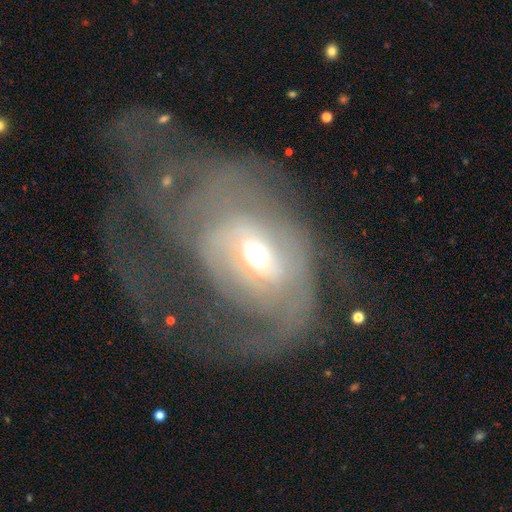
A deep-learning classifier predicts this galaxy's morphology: Smooth or featured? Predicted: featured or disk (p=0.79). Edge-on disk? Predicted: no (p=0.95). Bar? Predicted: no (p=0.44). Spiral arms? Predicted: yes (p=0.80). Spiral winding? Predicted: tight (p=0.41). Spiral arm count? Predicted: 2 (p=0.49). Bulge size? Predicted: moderate (p=0.64). Merging? Predicted: none (p=0.42).